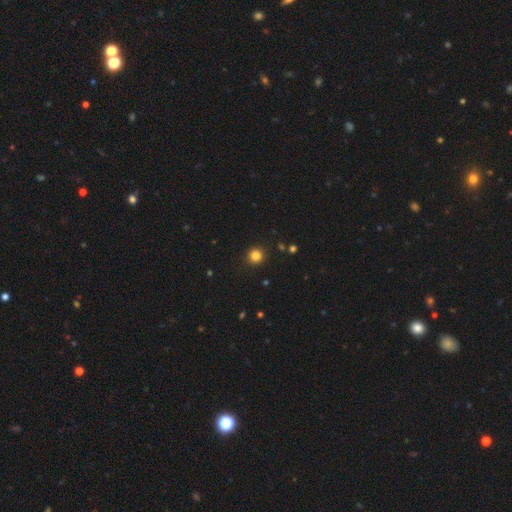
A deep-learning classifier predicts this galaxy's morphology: Smooth or featured?
  - smooth: 82% *
  - star or artifact: 13%
  - featured or disk: 4%
How rounded?
  - round: 95% *
  - in between: 4%
  - cigar-shaped: 1%
Merging?
  - none: 93% *
  - minor disturbance: 4%
  - major disturbance: 2%
  - merger: 1%